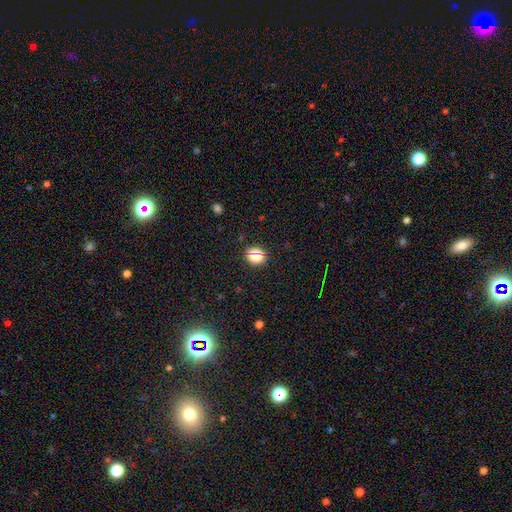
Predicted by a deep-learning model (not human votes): smooth 81%, star or artifact 12%, featured or disk 8%. Down the decision tree: how rounded — round (79%); merging — none (86%).